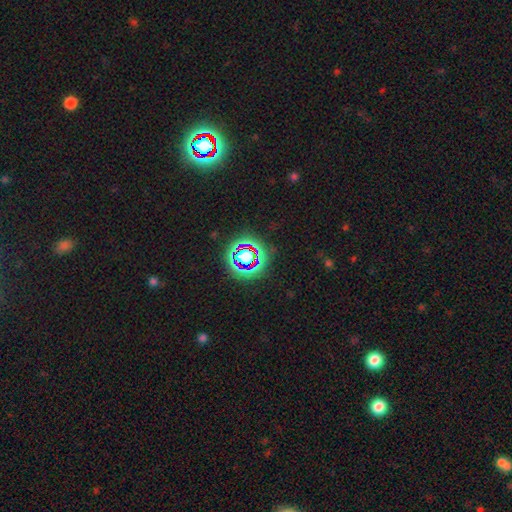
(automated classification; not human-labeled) star or artifact 77%, smooth 13%, featured or disk 9%.